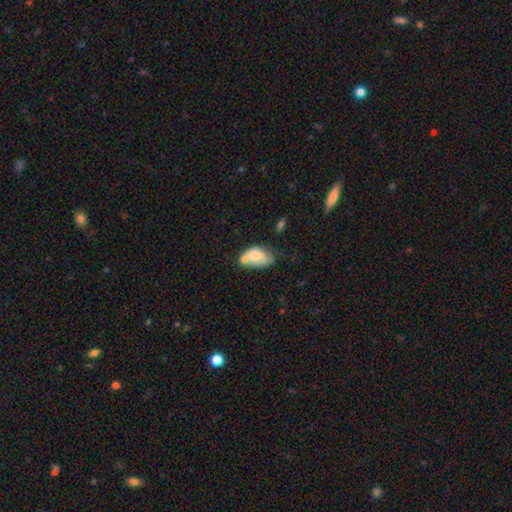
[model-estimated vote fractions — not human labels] Smooth or featured?
  - smooth: 67% *
  - featured or disk: 25%
  - star or artifact: 8%
How rounded?
  - in between: 91% *
  - round: 7%
  - cigar-shaped: 2%
Merging?
  - merger: 33% *
  - none: 29%
  - minor disturbance: 26%
  - major disturbance: 12%